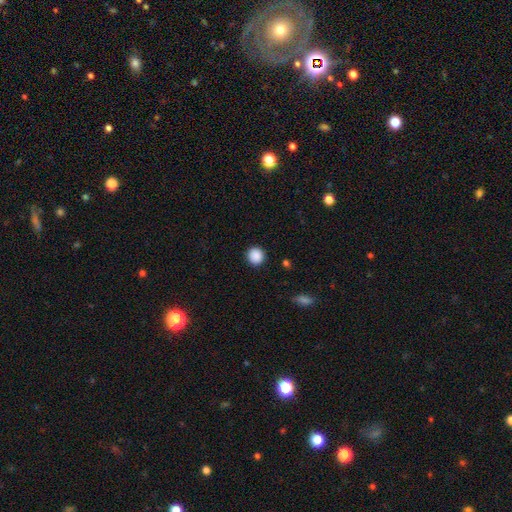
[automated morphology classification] Overall: smooth (89%). How rounded: round (93%). Merging: none (91%).